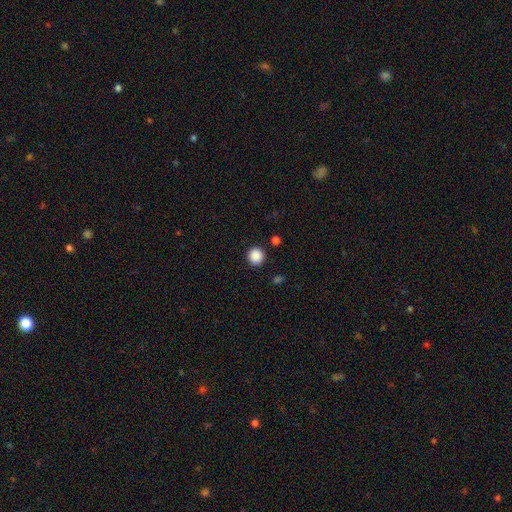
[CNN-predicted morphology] type=smooth (88%); roundness=round (93%); merging=none (91%).